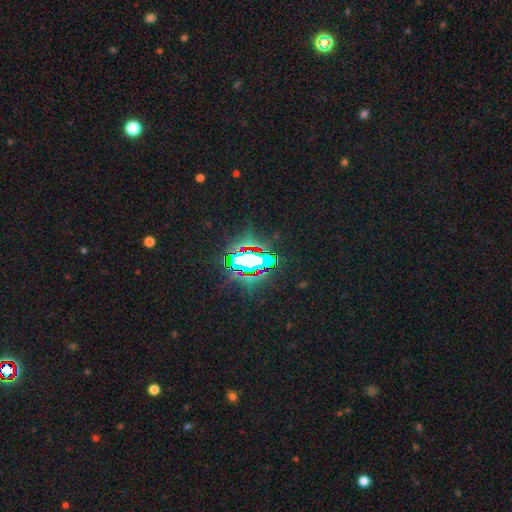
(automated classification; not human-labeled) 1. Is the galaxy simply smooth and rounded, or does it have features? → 84% star or artifact, 10% smooth, 6% featured or disk.